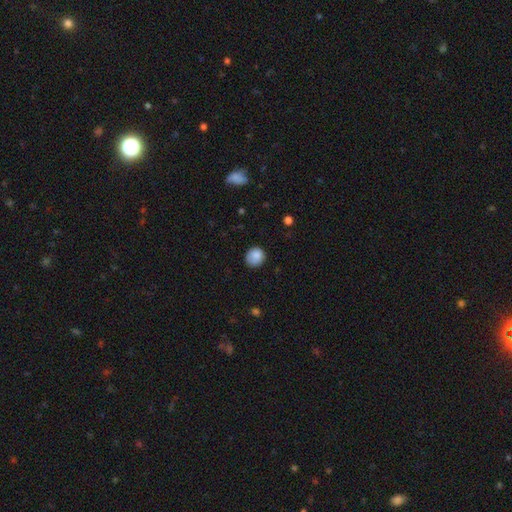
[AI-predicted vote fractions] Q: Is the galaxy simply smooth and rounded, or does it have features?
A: smooth — 84%.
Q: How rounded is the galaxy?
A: round — 83%.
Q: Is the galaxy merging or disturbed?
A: none — 76%.